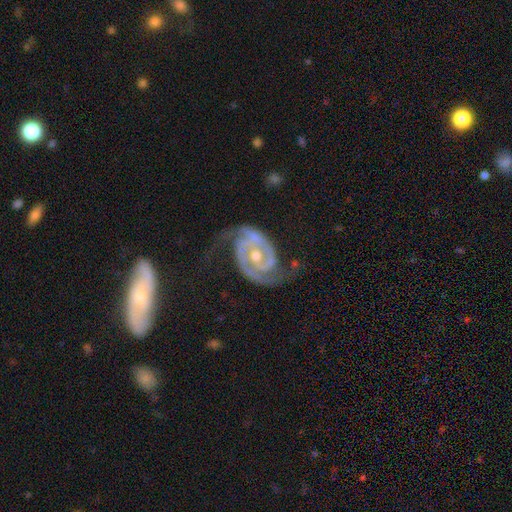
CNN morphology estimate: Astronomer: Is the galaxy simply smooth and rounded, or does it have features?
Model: featured or disk — 93%.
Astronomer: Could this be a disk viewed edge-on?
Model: no — 97%.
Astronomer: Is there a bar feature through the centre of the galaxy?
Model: no — 59%.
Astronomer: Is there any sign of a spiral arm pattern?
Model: yes — 98%.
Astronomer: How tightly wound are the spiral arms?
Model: tight — 53% (runner-up: medium, 39%).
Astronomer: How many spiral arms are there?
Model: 2 — 90%.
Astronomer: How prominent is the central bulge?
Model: moderate — 58% (runner-up: small, 38%).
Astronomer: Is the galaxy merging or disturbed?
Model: none — 64%.